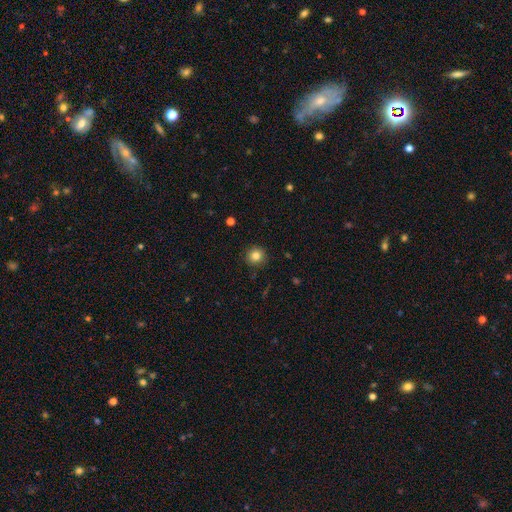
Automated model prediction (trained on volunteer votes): smooth-or-featured: smooth: 84% | star or artifact: 11% | featured or disk: 5%
  how-rounded: round: 93% | in between: 7% | cigar-shaped: 1%
  merging: none: 89% | minor disturbance: 7% | major disturbance: 2% | merger: 1%